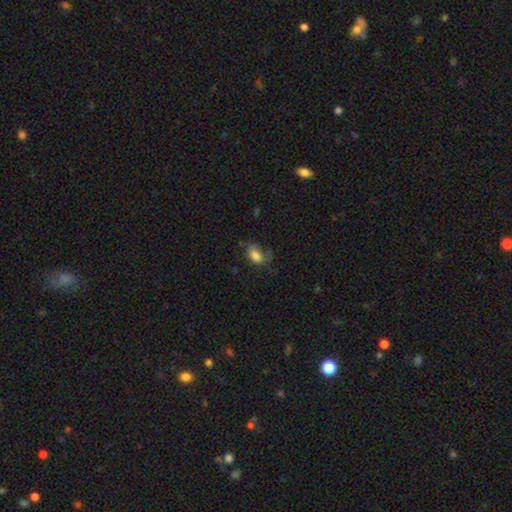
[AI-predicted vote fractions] Smooth or featured? Predicted: smooth (p=0.80). How rounded? Predicted: in between (p=0.90). Merging? Predicted: none (p=0.48).